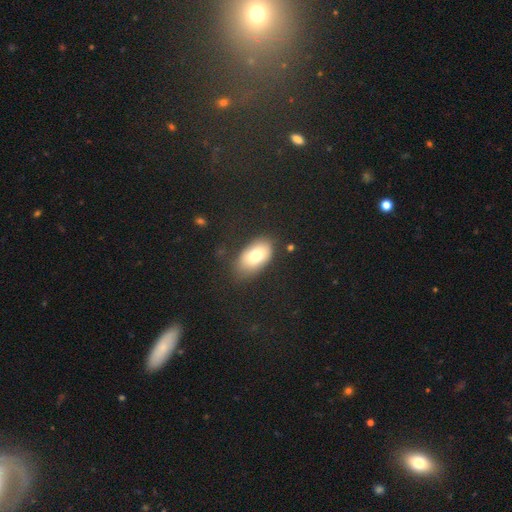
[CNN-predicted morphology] This appears to be a smooth galaxy with no disk features (76%) that is in between round and cigar-shaped (92%). Merging: none (73%).